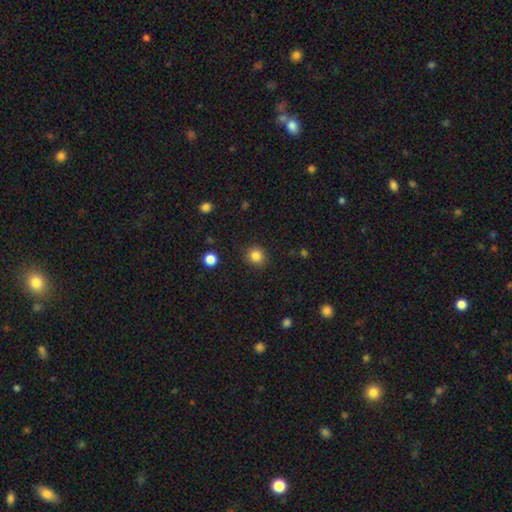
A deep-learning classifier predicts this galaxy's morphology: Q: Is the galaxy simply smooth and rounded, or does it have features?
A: smooth — 84%.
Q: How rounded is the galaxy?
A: round — 89%.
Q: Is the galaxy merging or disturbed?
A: none — 89%.